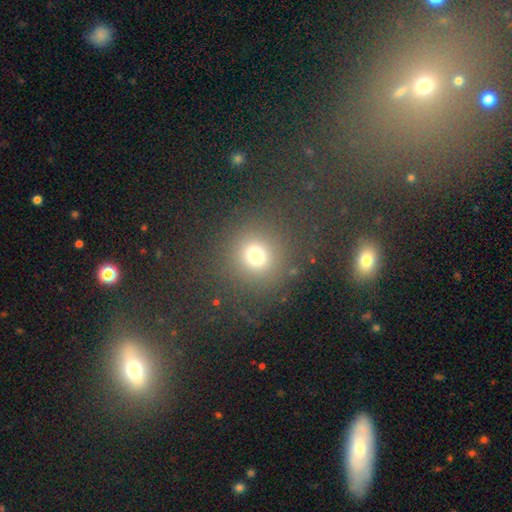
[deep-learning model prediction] A smooth galaxy with no disk features (72%) that is round (89%). Merging: none (83%).